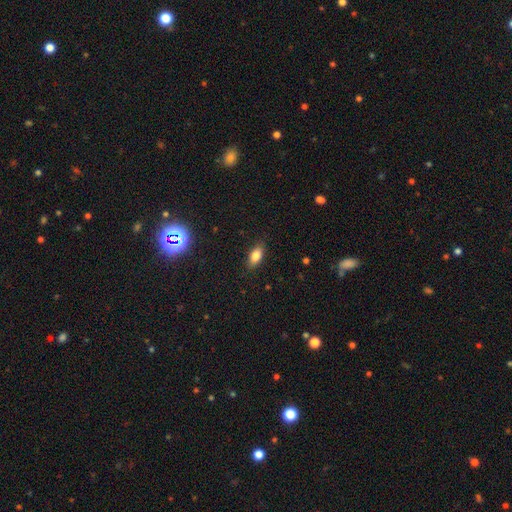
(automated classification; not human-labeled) Overall: smooth (80%). How rounded: in between (85%). Merging: none (86%).